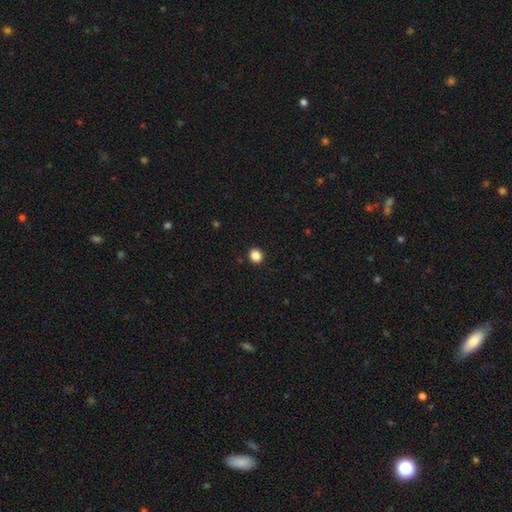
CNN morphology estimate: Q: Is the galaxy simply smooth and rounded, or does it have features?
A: smooth — 86%.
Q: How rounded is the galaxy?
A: round — 80%.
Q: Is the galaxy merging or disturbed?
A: none — 92%.